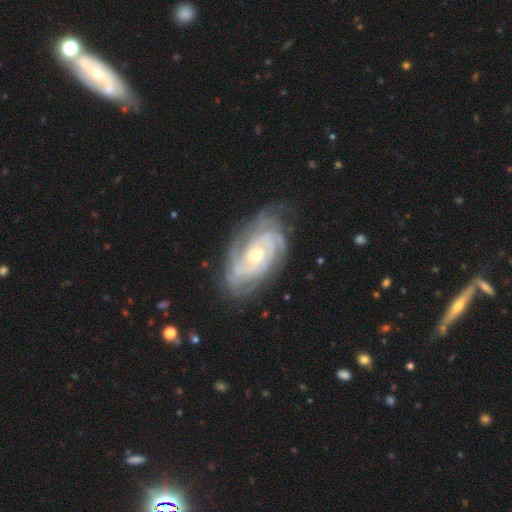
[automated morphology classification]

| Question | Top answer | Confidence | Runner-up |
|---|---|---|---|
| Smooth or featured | featured or disk | 89% | smooth (6%) |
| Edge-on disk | no | 96% | yes (4%) |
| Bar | no | 70% | weak (23%) |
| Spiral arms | yes | 96% | no (4%) |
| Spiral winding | tight | 73% | medium (22%) |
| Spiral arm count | can't tell | 31% | 2 (22%) |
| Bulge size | moderate | 65% | small (30%) |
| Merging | none | 68% | minor disturbance (22%) |